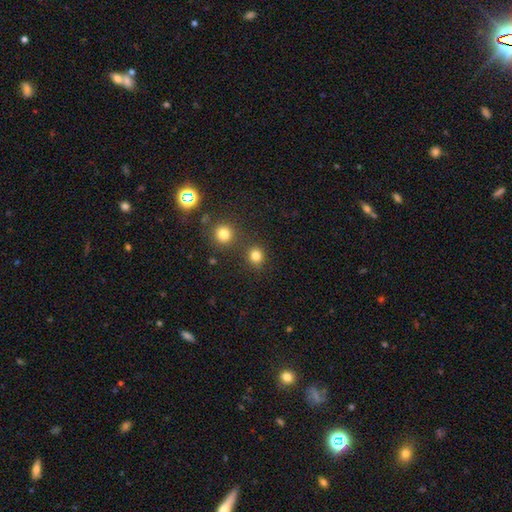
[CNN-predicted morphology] This is clearly a smooth galaxy (80%). How rounded: clearly round (87%). Merging: clearly none (83%).